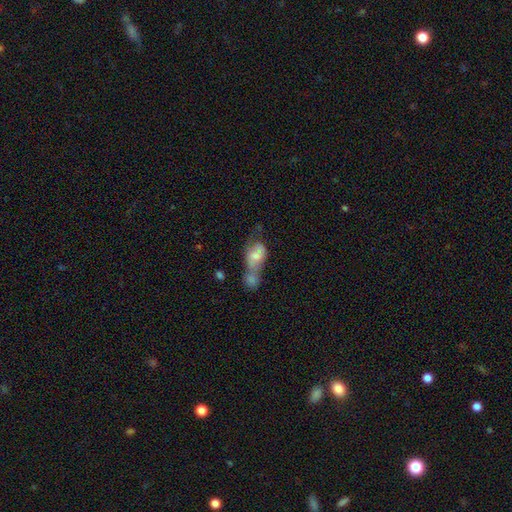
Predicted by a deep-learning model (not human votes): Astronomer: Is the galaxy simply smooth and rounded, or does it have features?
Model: smooth — 63%.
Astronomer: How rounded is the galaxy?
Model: in between — 76%.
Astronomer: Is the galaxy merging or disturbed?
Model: merger — 71%.